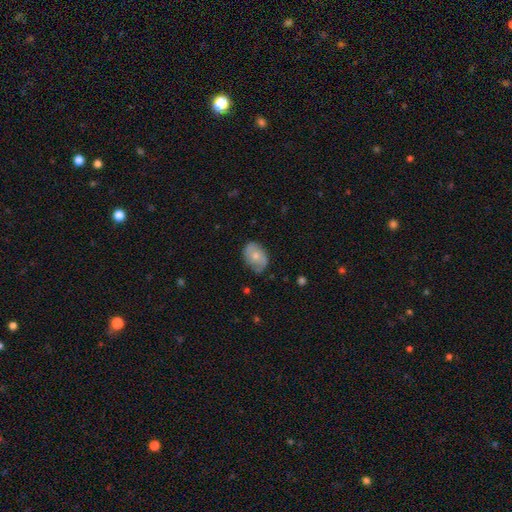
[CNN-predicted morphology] Q: Smooth or featured?
A: smooth (53%); runner-up: featured or disk (40%)
Q: How rounded?
A: in between (73%); runner-up: round (26%)
Q: Merging?
A: none (65%); runner-up: minor disturbance (27%)